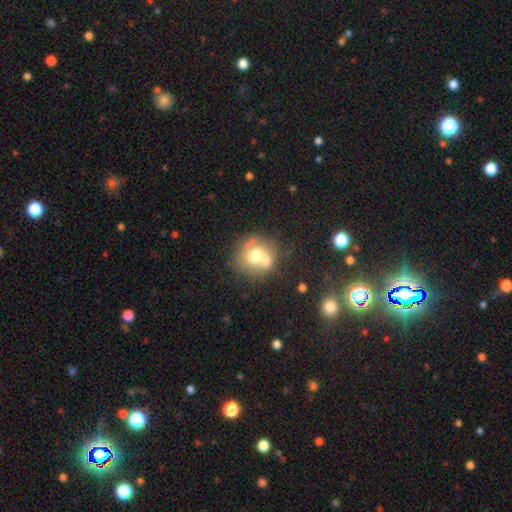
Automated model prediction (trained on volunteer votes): smooth 64%, featured or disk 25%, star or artifact 11%. Down the decision tree: how rounded — round (84%); merging — none (46%).